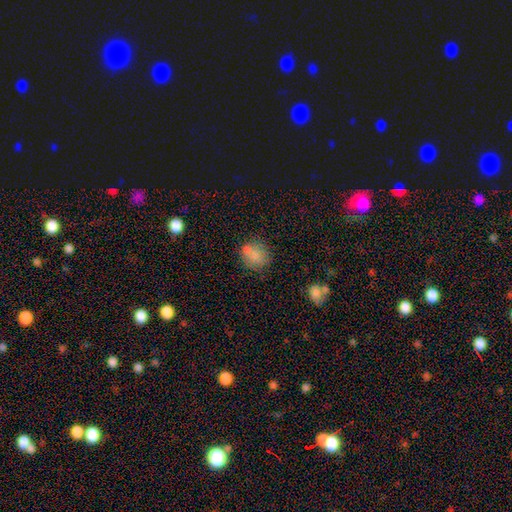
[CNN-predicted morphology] type=smooth (74%); roundness=round (66%); merging=none (60%).